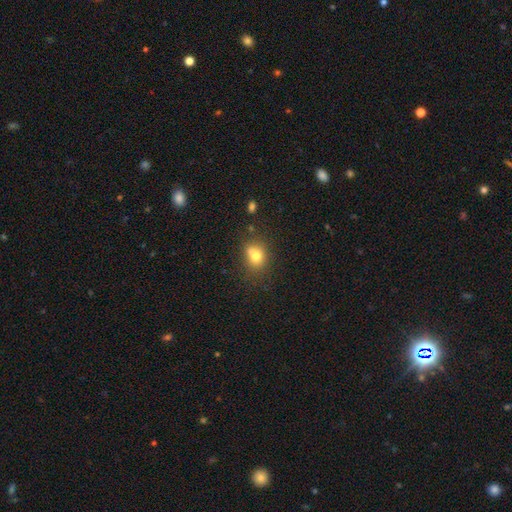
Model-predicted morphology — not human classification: A smooth galaxy with no disk features (73%) that is round (57%). Merging: none (53%).